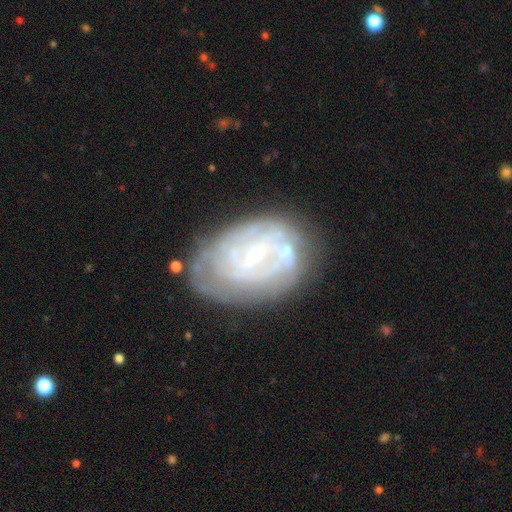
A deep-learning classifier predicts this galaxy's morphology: Q: Smooth or featured?
A: featured or disk (78%); runner-up: smooth (15%)
Q: Edge-on disk?
A: no (97%); runner-up: yes (3%)
Q: Bar?
A: weak (50%); runner-up: no (30%)
Q: Spiral arms?
A: yes (79%); runner-up: no (21%)
Q: Spiral winding?
A: tight (61%); runner-up: medium (28%)
Q: Spiral arm count?
A: can't tell (49%); runner-up: 2 (25%)
Q: Bulge size?
A: small (73%); runner-up: moderate (21%)
Q: Merging?
A: none (62%); runner-up: minor disturbance (23%)